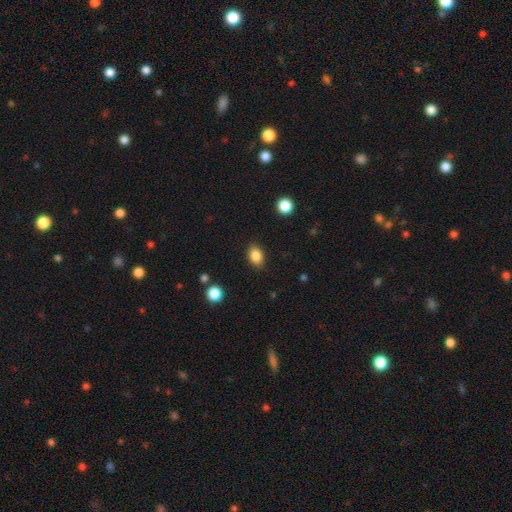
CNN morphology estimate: A smooth galaxy with no disk features (86%) that is in between round and cigar-shaped (78%).

Vote fractions:
- Smooth or featured? smooth: 86% / star or artifact: 9% / featured or disk: 5%
- How rounded? in between: 78% / round: 21% / cigar-shaped: 1%
- Merging? none: 87% / minor disturbance: 9% / major disturbance: 2% / merger: 1%